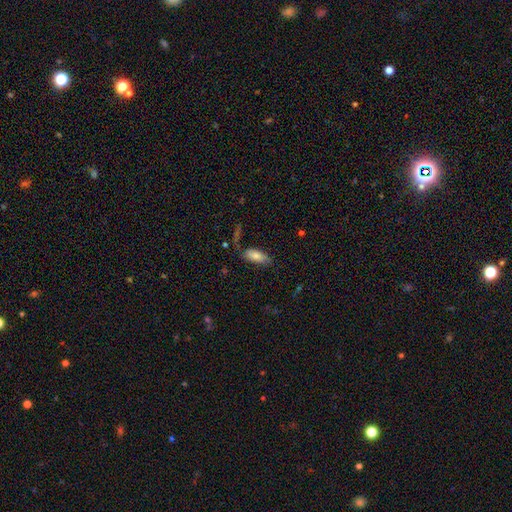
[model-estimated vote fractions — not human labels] Smooth or featured: smooth — 78% (featured or disk — 15%)
How rounded: in between — 80% (cigar-shaped — 18%)
Merging: none — 71% (minor disturbance — 19%)